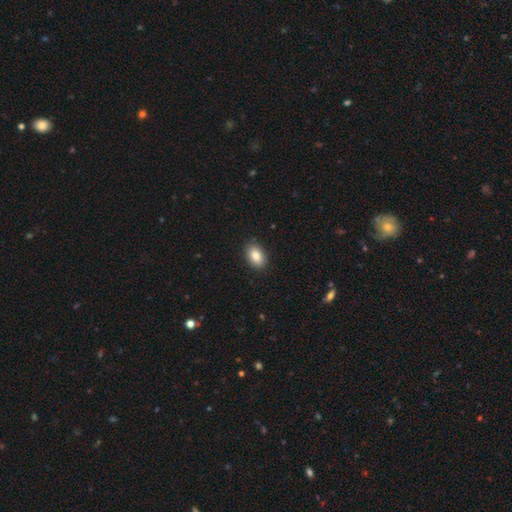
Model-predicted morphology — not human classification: A smooth galaxy with no disk features (86%) that is in between round and cigar-shaped (87%). Merging: none (89%).